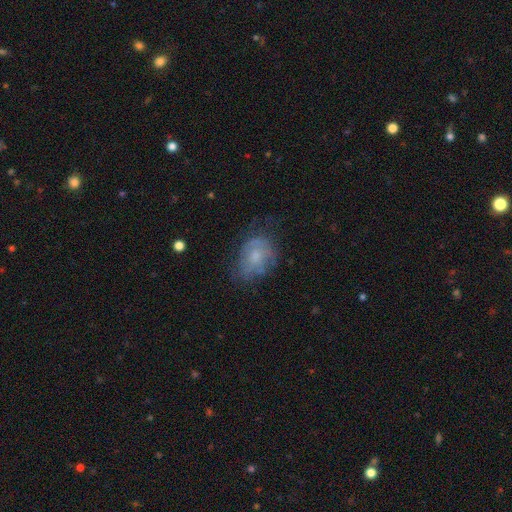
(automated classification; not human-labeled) Smooth or featured? Predicted: smooth (p=0.50). Merging? Predicted: none (p=0.53).